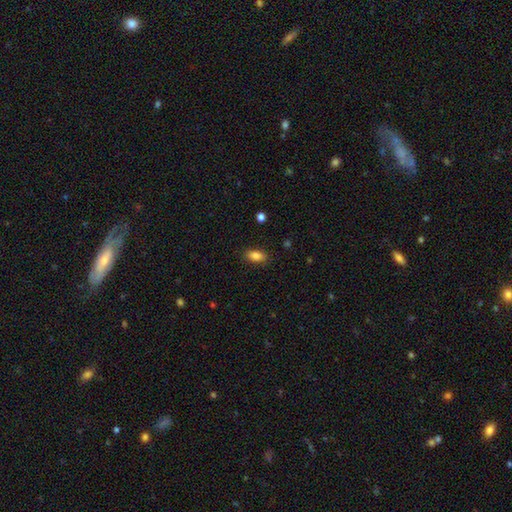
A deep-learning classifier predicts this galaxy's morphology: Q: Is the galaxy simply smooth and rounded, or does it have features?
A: smooth — 87%.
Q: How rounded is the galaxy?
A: in between — 89%.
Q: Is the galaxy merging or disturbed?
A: none — 87%.